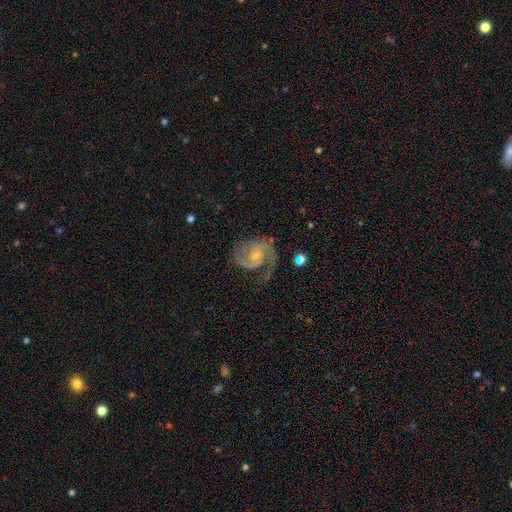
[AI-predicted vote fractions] A featured or disk galaxy (90%) with no bar (53%), 2 (82%) medium (52%) spiral arms (98%) and a small central bulge (64%). Merging: none (63%).